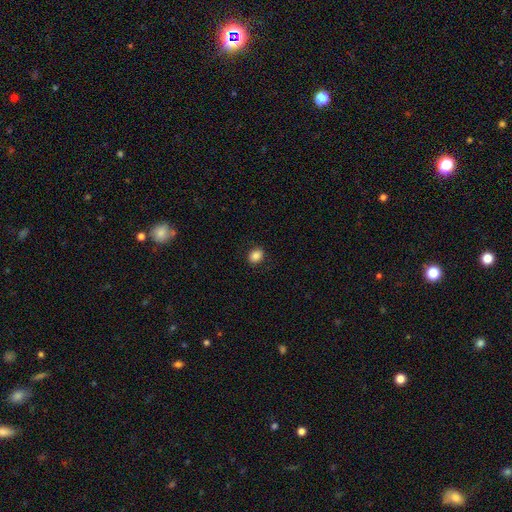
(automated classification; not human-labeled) Smooth or featured?
  - smooth: 87% *
  - star or artifact: 9%
  - featured or disk: 4%
How rounded?
  - in between: 52% *
  - round: 47%
  - cigar-shaped: 1%
Merging?
  - none: 89% *
  - minor disturbance: 8%
  - major disturbance: 2%
  - merger: 1%